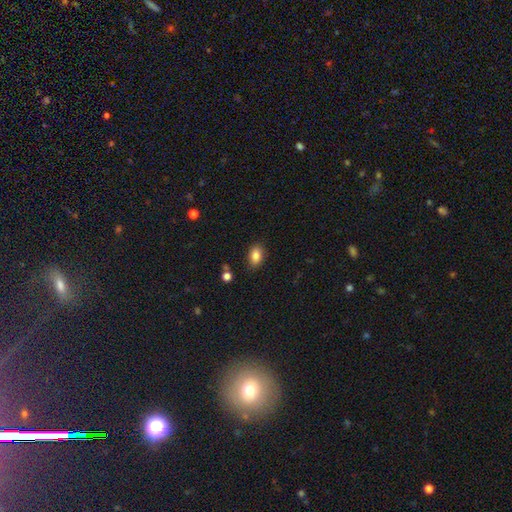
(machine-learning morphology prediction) Overall: smooth (85%). How rounded: in between (84%). Merging: none (85%).